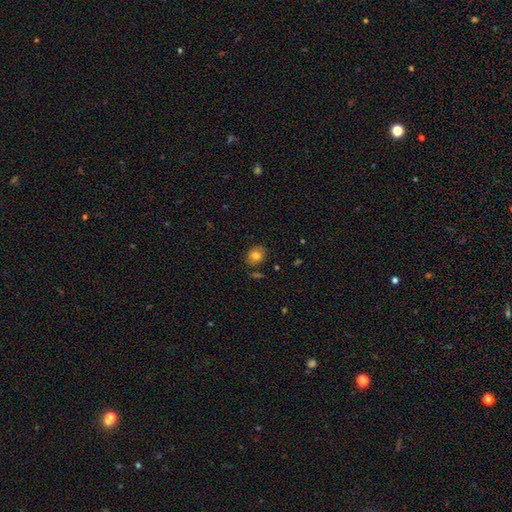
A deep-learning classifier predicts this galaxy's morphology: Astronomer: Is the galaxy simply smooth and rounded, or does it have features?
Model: smooth — 79%.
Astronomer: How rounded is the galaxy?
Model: round — 62% (runner-up: in between, 37%).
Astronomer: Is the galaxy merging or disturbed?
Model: none — 79%.